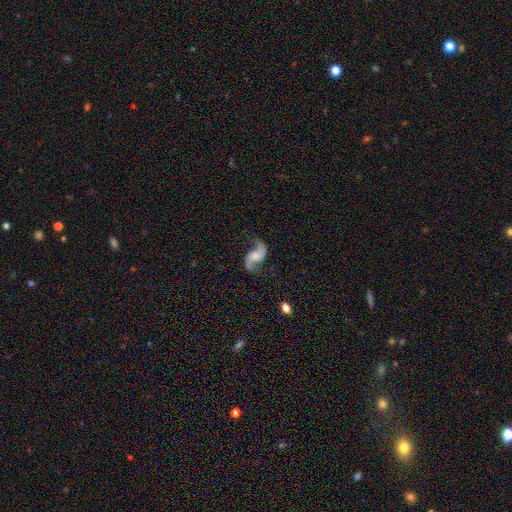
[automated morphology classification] Smooth or featured? featured or disk (86%)
Edge-on disk? no (97%)
Bar? no (55%)
Spiral arms? yes (97%)
Spiral winding? loose (76%)
Spiral arm count? 2 (94%)
Bulge size? none (33%)
Merging? none (74%)